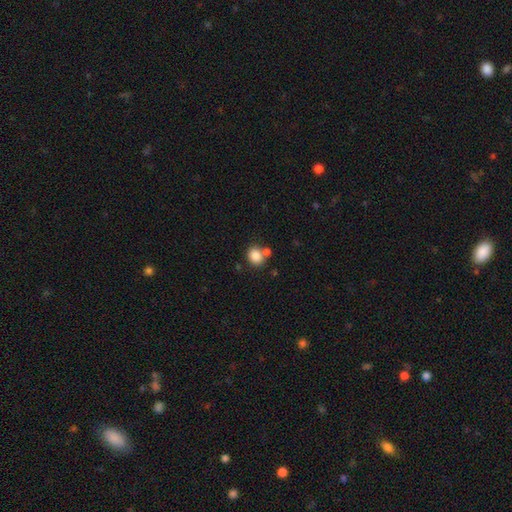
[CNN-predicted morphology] This appears to be a smooth galaxy with no disk features (85%) that is round (64%). Merging: none (62%).